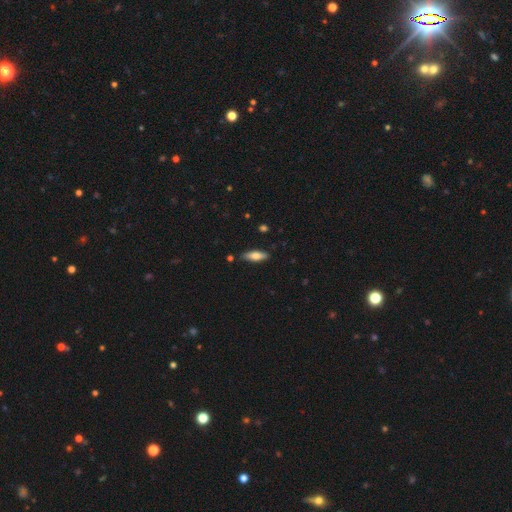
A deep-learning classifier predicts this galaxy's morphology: type=smooth (69%); roundness=in between (57%); merging=none (85%).